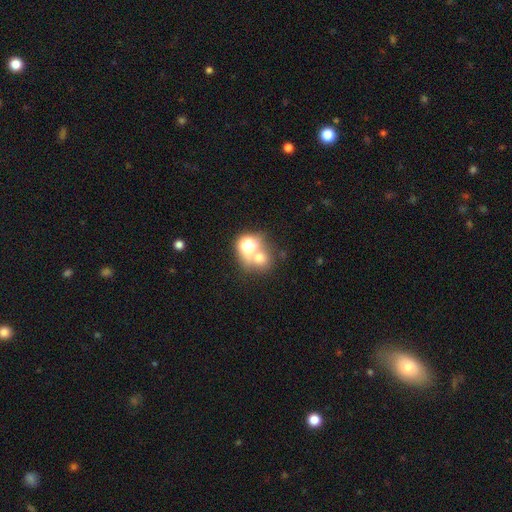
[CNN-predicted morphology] Smooth or featured?
  - smooth: 60% *
  - star or artifact: 25%
  - featured or disk: 14%
How rounded?
  - round: 76% *
  - in between: 23%
  - cigar-shaped: 1%
Merging?
  - merger: 45% *
  - none: 42%
  - minor disturbance: 8%
  - major disturbance: 6%